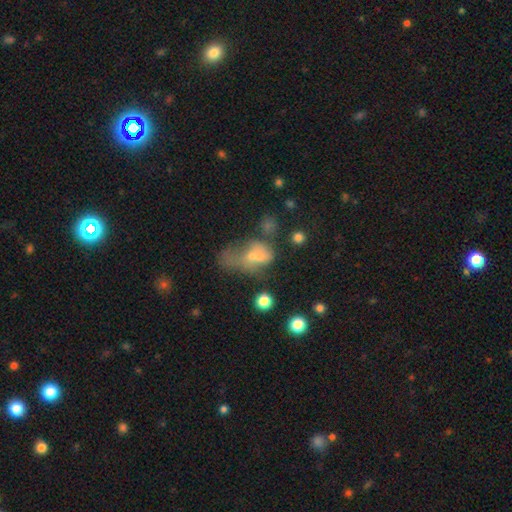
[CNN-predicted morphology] Smooth or featured: smooth — 53% (featured or disk — 30%)
How rounded: in between — 81% (round — 13%)
Merging: major disturbance — 49% (merger — 19%)